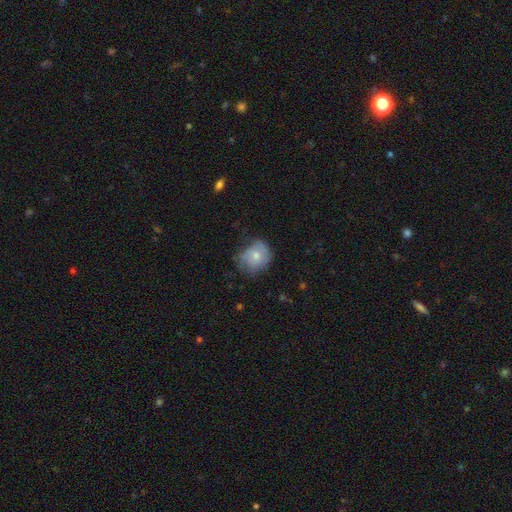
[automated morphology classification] Q: Smooth or featured?
A: smooth (66%); runner-up: featured or disk (26%)
Q: How rounded?
A: round (65%); runner-up: in between (34%)
Q: Merging?
A: none (48%); runner-up: minor disturbance (36%)